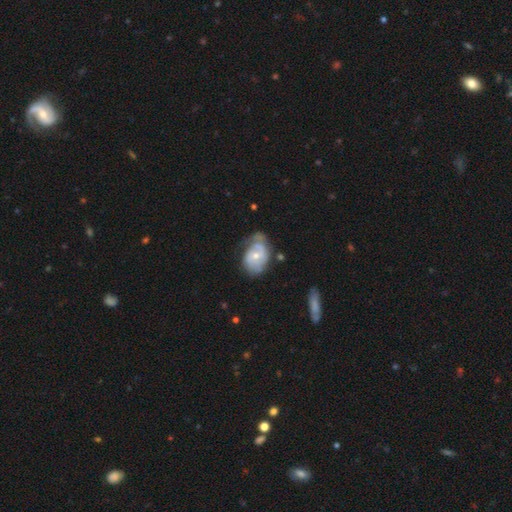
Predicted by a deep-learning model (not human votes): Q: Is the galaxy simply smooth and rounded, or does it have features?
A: featured or disk — 72%.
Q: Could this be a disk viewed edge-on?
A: no — 96%.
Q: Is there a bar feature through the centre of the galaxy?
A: no — 69%.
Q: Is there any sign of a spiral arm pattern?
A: yes — 83%.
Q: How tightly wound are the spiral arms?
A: tight — 50%.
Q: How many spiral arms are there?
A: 2 — 44%.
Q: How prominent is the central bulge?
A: small — 49%.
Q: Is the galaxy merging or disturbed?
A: none — 44%.